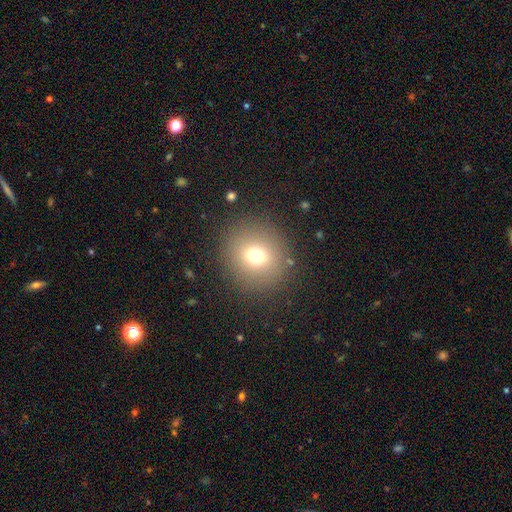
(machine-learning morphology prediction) smooth_or_featured: smooth (p=0.71) [alt: star or artifact p=0.18]
how_rounded: round (p=0.92) [alt: in between p=0.07]
merging: none (p=0.87) [alt: minor disturbance p=0.07]